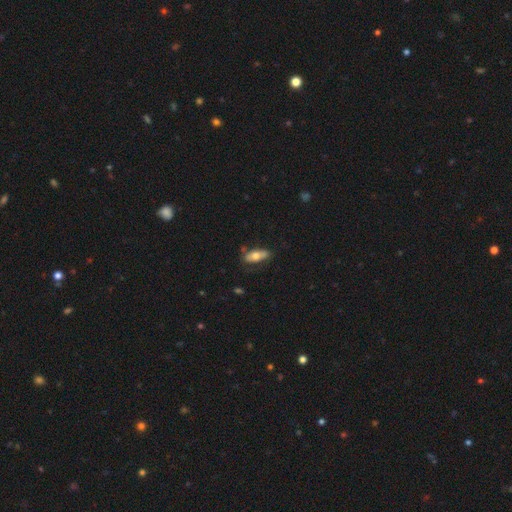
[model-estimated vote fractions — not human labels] Q: Smooth or featured?
A: smooth (62%); runner-up: featured or disk (32%)
Q: How rounded?
A: in between (69%); runner-up: cigar-shaped (28%)
Q: Merging?
A: none (74%); runner-up: minor disturbance (19%)